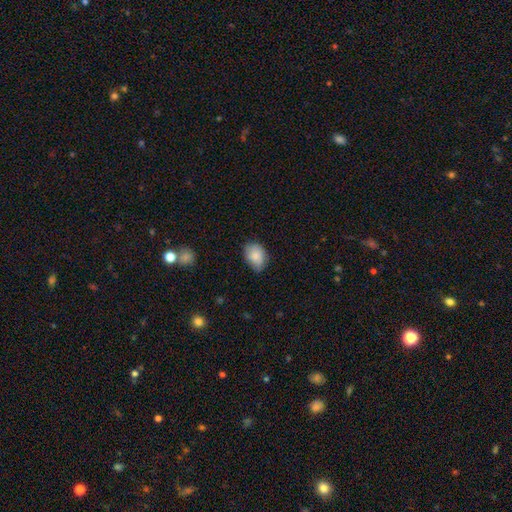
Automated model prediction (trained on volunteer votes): The model was most divided on "merging": none: 64%, minor disturbance: 30%, major disturbance: 5%, merger: 1%. More confident: smooth or featured — smooth (84%); how rounded — in between (69%).